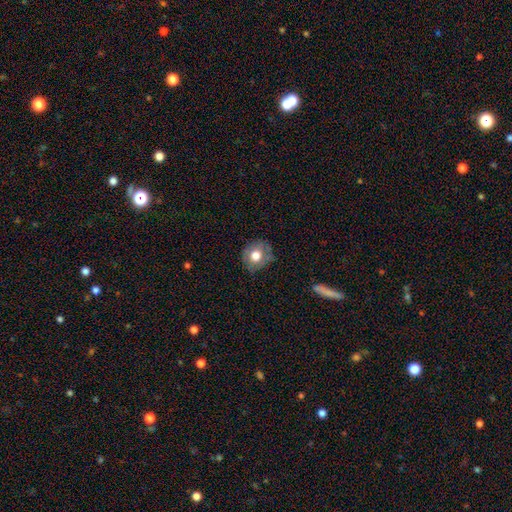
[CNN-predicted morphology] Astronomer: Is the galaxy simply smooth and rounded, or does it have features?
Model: smooth — 69%.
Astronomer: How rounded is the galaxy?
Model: round — 74%.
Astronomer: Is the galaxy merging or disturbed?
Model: none — 72%.